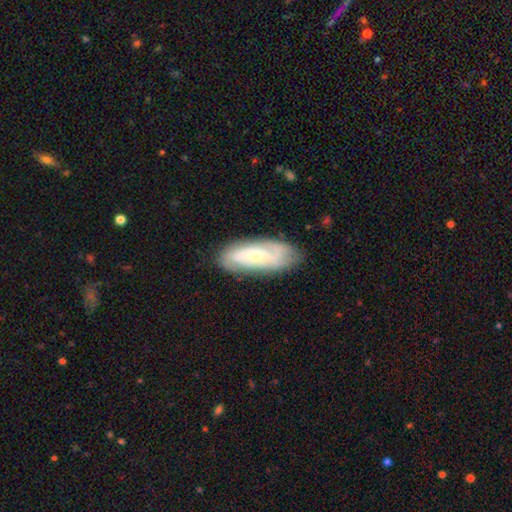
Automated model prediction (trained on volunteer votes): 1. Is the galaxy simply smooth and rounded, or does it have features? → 63% featured or disk, 31% smooth, 6% star or artifact.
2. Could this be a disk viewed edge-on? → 86% no, 14% yes.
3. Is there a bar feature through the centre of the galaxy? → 58% no, 30% weak, 12% strong.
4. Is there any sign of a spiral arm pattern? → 81% yes, 19% no.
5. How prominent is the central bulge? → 65% small, 30% moderate, 2% large, 2% none, 1% dominant.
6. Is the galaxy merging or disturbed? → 78% none, 17% minor disturbance, 4% major disturbance, 1% merger.